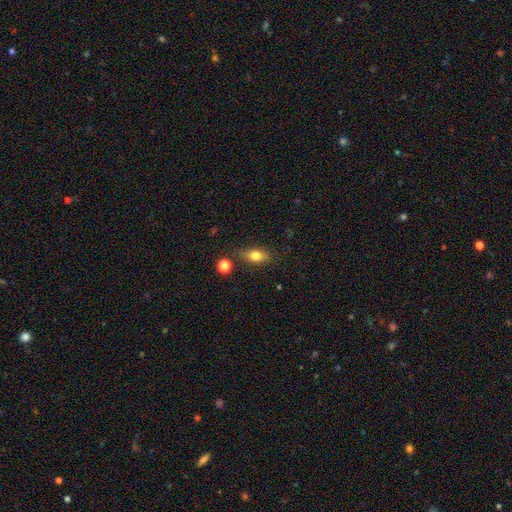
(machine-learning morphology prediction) Overall: smooth (78%). How rounded: in between (78%). Merging: none (79%).